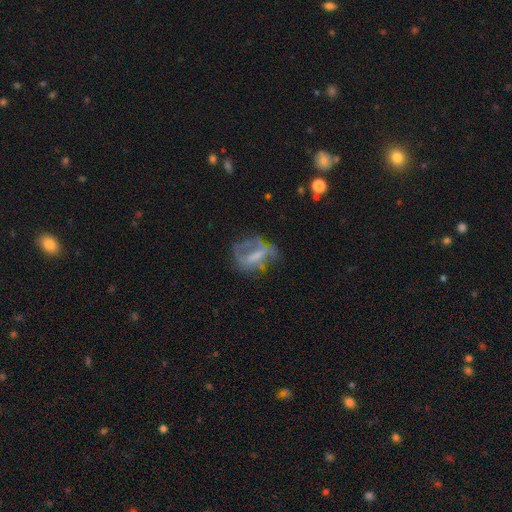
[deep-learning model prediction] A featured or disk galaxy (53%).

Vote fractions:
- Smooth or featured? featured or disk: 53% / smooth: 34% / star or artifact: 13%
- Edge-on disk? no: 93% / yes: 7%
- Merging? none: 39% / major disturbance: 35% / minor disturbance: 22% / merger: 4%